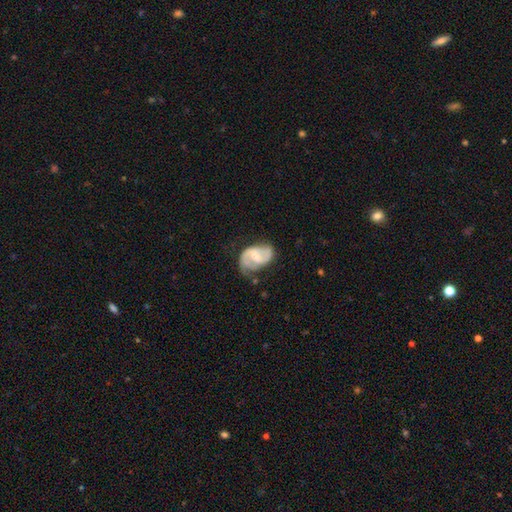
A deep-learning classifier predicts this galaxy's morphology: The model was most divided on "bulge size": small: 47%, moderate: 44%, none: 6%, large: 2%, dominant: 1%. Remaining: edge-on disk — no (98%); spiral arms — yes (92%); spiral arm count — 2 (86%); smooth or featured — featured or disk (78%); merging — none (55%); bar — weak (51%); spiral winding — medium (49%).